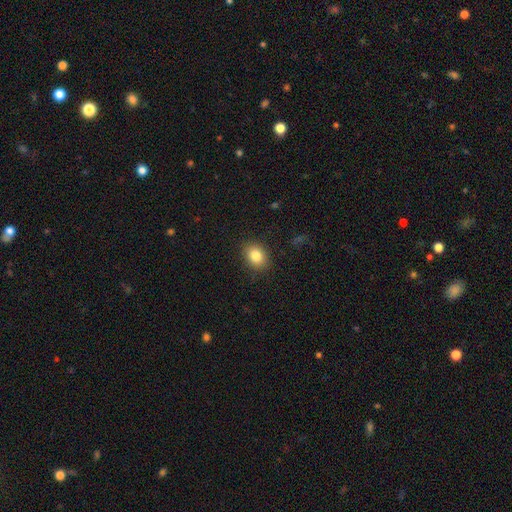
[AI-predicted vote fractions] Overall: smooth (83%). How rounded: in between (59%; round 40%). Merging: none (88%).